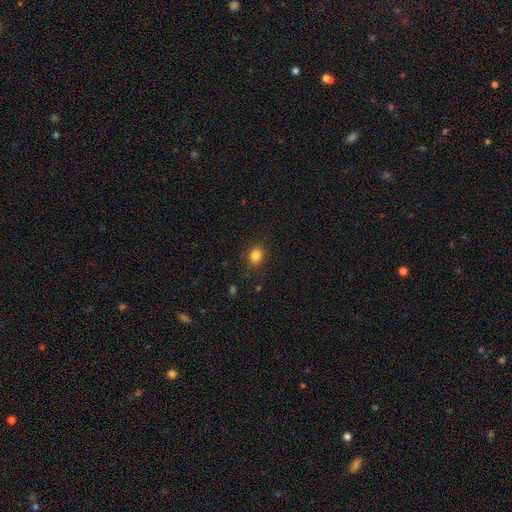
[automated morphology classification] Overall: smooth (83%). How rounded: round (62%; in between 37%). Merging: none (85%).